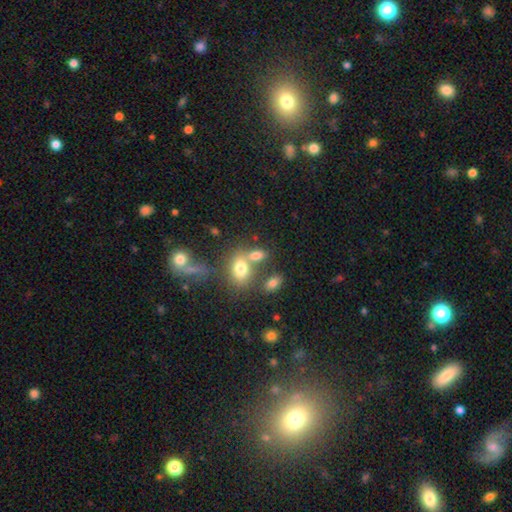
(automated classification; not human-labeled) Q: Smooth or featured?
A: smooth (72%); runner-up: star or artifact (14%)
Q: How rounded?
A: in between (79%); runner-up: round (18%)
Q: Merging?
A: none (43%); runner-up: merger (39%)